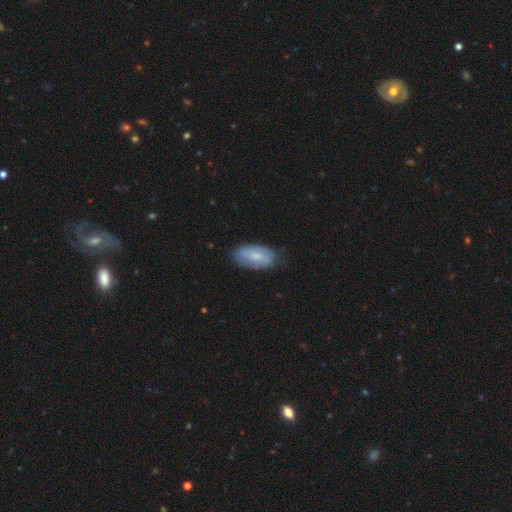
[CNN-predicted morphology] A smooth galaxy with no disk features (61%) that is in between round and cigar-shaped (92%). Merging: none (73%).